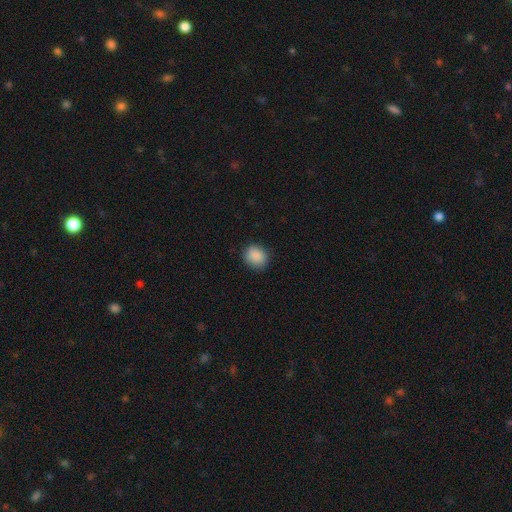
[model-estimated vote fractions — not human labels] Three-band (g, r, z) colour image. It shows a smooth galaxy with no disk features (89%) that is round (67%). Merging: none (85%).